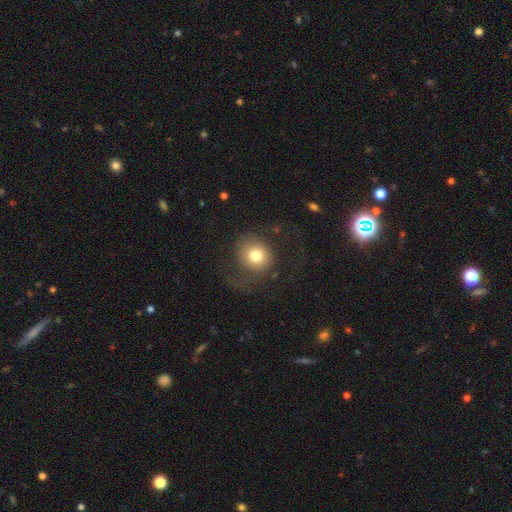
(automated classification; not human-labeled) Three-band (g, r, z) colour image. It shows a smooth galaxy with no disk features (71%) that is round (84%). Merging: none (51%).